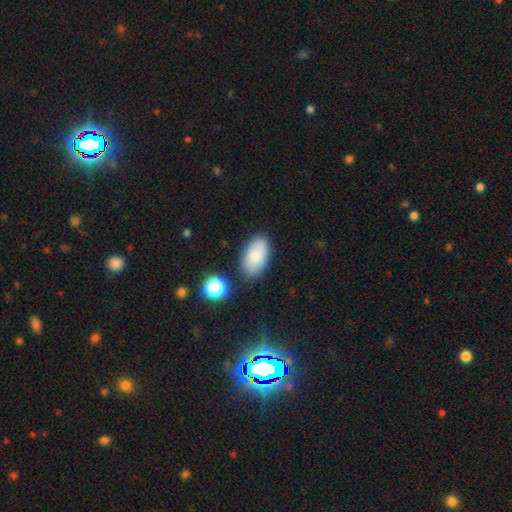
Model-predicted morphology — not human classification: A smooth galaxy with no disk features (84%) that is in between round and cigar-shaped (94%).

Vote fractions:
- Smooth or featured? smooth: 84% / featured or disk: 9% / star or artifact: 8%
- How rounded? in between: 94% / round: 4% / cigar-shaped: 2%
- Merging? none: 82% / minor disturbance: 12% / merger: 3% / major disturbance: 3%